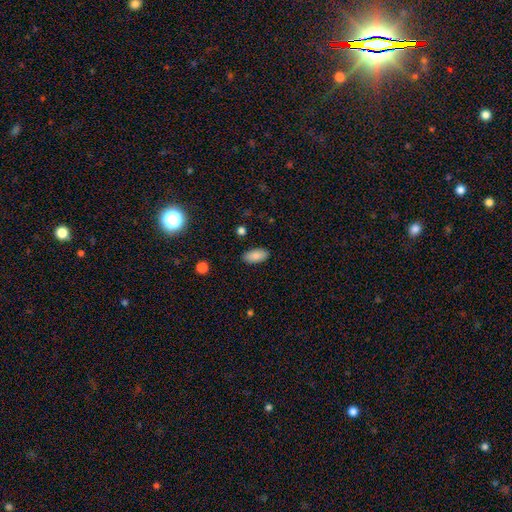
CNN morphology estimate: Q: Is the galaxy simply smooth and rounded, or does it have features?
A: smooth — 87%.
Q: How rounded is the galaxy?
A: in between — 93%.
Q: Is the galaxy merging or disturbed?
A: none — 88%.